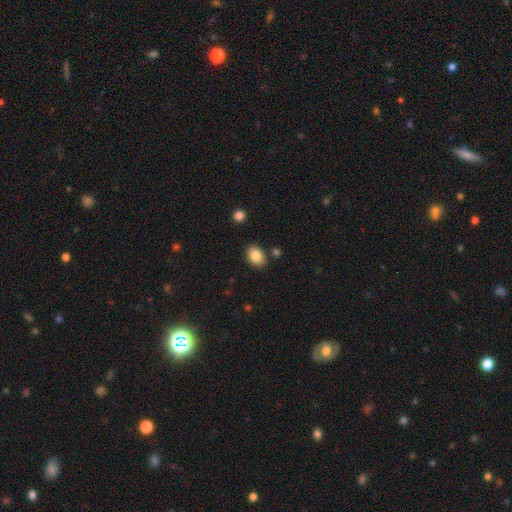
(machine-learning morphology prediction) smooth_or_featured: smooth (p=0.86) [alt: star or artifact p=0.08]
how_rounded: in between (p=0.70) [alt: round p=0.29]
merging: none (p=0.83) [alt: minor disturbance p=0.11]